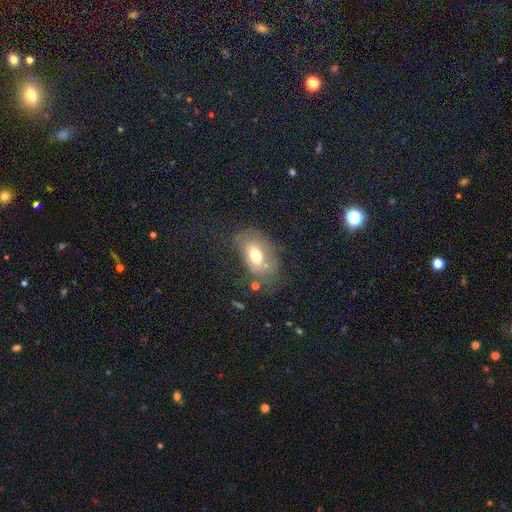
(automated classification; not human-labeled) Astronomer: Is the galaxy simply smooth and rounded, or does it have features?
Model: smooth — 64%.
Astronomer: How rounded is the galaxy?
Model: in between — 83%.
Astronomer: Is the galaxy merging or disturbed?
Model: none — 52%.